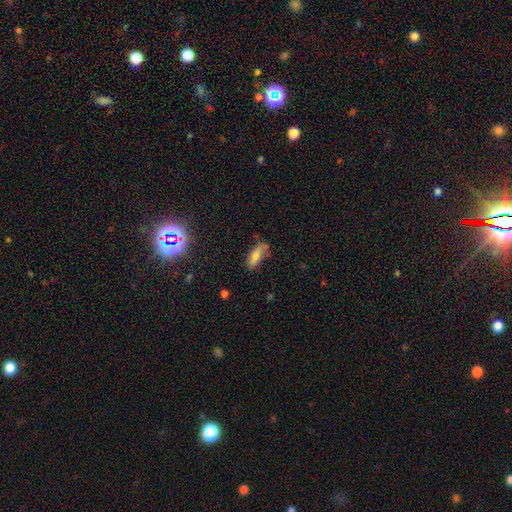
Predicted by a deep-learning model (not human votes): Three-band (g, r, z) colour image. It shows a smooth galaxy with no disk features (67%) that is in between round and cigar-shaped (65%). Merging: none (57%).